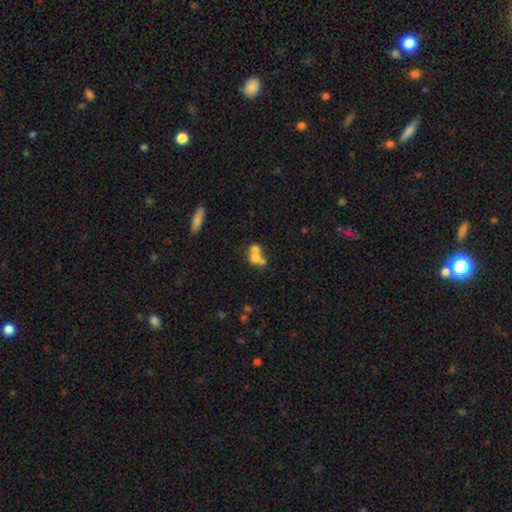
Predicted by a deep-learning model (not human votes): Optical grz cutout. It shows a smooth galaxy with no disk features (62%) that is round (67%). Merging: merger (63%).